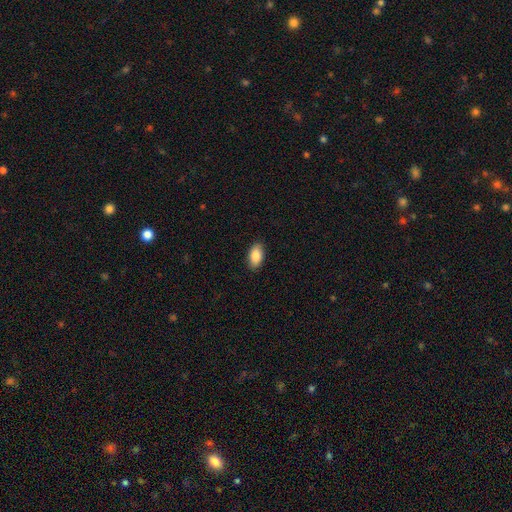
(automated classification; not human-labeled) Smooth or featured: smooth — 87% (featured or disk — 6%)
How rounded: in between — 94% (round — 3%)
Merging: none — 89% (minor disturbance — 8%)